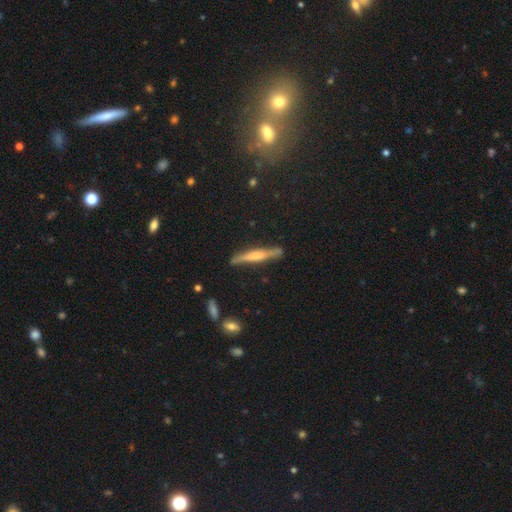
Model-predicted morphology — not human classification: type=featured or disk (57%); edge-on=yes (95%); edge-on bulge=rounded (52%); merging=none (85%).